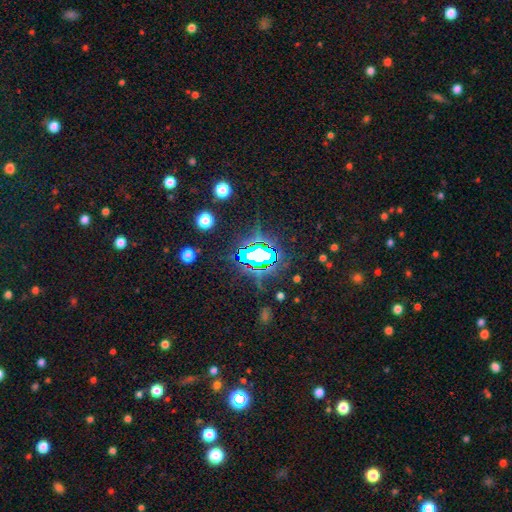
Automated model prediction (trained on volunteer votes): This appears to be a star or artifact, not a galaxy (71%).